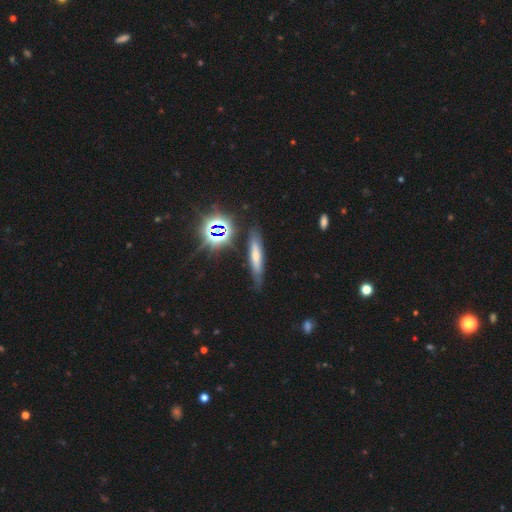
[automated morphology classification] A smooth galaxy with no disk features (55%) that is cigar-shaped (82%).

Vote fractions:
- Smooth or featured? smooth: 55% / featured or disk: 26% / star or artifact: 19%
- How rounded? cigar-shaped: 82% / in between: 15% / round: 4%
- Merging? none: 80% / minor disturbance: 13% / major disturbance: 4% / merger: 3%